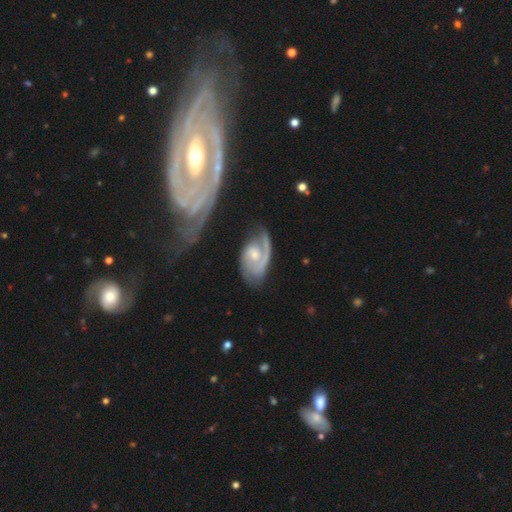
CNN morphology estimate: This is clearly a featured or disk galaxy (85%). It is clearly not viewed edge-on (97%). Bar: possibly no (58%). Spiral arm pattern: clearly yes (96%). Spiral arm count: possibly 2 (48%). Spiral winding: possibly tight (49%). Central bulge: possibly moderate (46%). Merging: possibly none (56%).